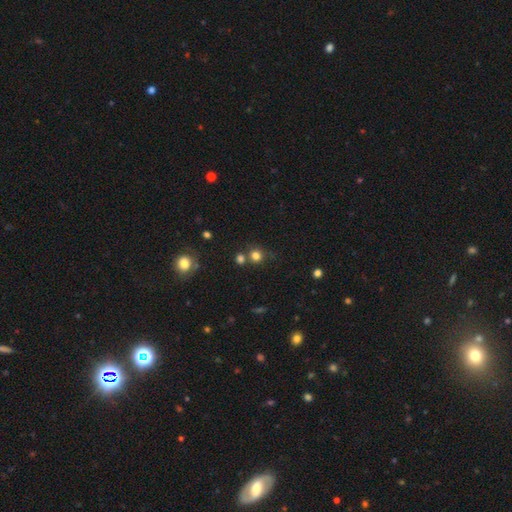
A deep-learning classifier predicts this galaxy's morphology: type=smooth (77%); roundness=round (89%); merging=none (65%).